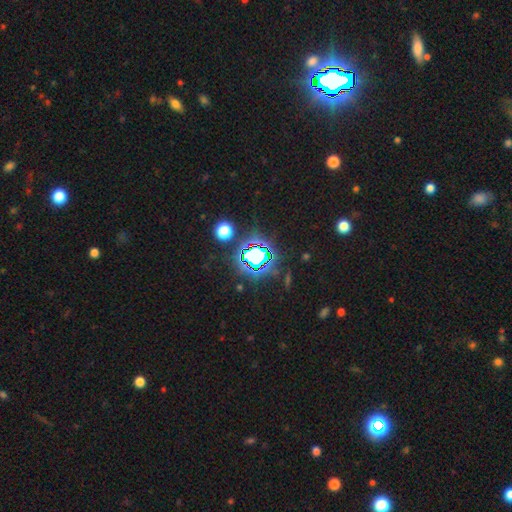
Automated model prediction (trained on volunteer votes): A star or artifact, not a galaxy (70%).

Vote fractions:
- Smooth or featured? star or artifact: 70% / smooth: 19% / featured or disk: 11%